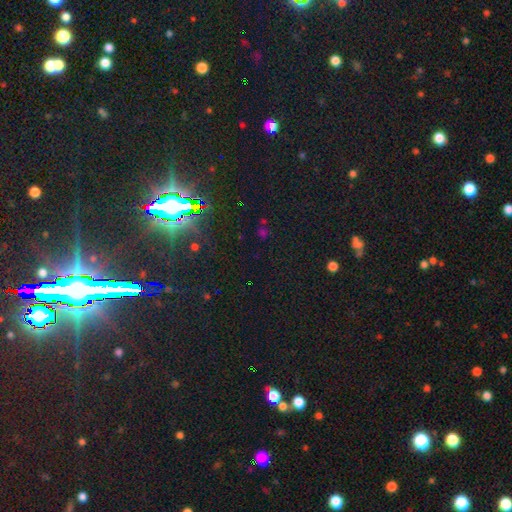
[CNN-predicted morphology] Overall: star or artifact (67%).